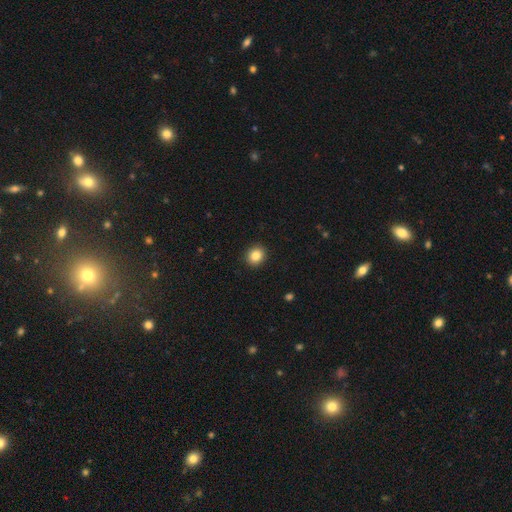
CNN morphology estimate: smooth-or-featured: smooth: 85% | star or artifact: 10% | featured or disk: 5%
  how-rounded: round: 76% | in between: 23% | cigar-shaped: 1%
  merging: none: 91% | minor disturbance: 6% | major disturbance: 2% | merger: 1%